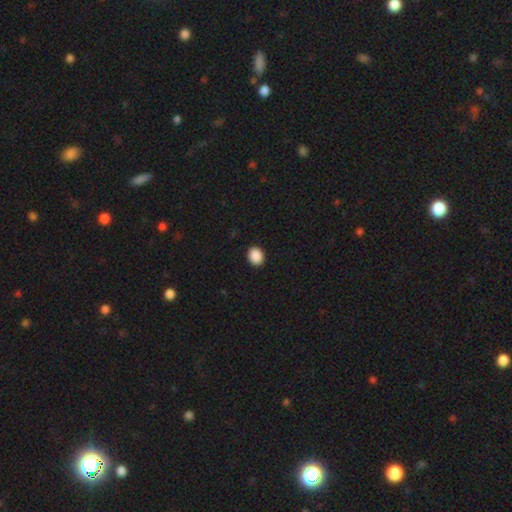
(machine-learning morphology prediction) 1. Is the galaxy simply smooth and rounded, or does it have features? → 90% smooth, 8% star or artifact, 2% featured or disk.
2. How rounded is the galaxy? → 53% round, 46% in between, 1% cigar-shaped.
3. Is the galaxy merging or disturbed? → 92% none, 6% minor disturbance, 2% major disturbance, 1% merger.